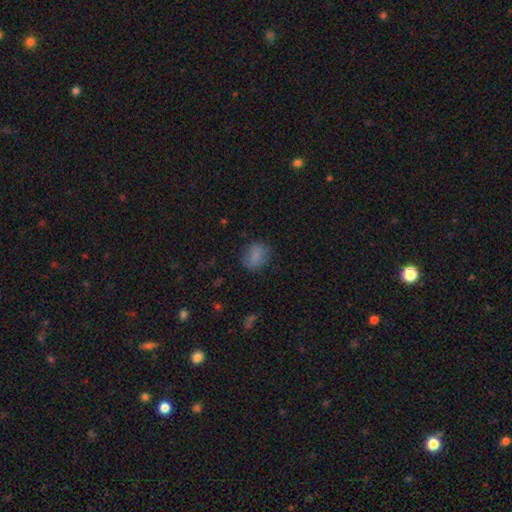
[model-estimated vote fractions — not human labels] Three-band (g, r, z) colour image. It shows a smooth galaxy with no disk features (81%) that is in between round and cigar-shaped (53%). Merging: none (77%).